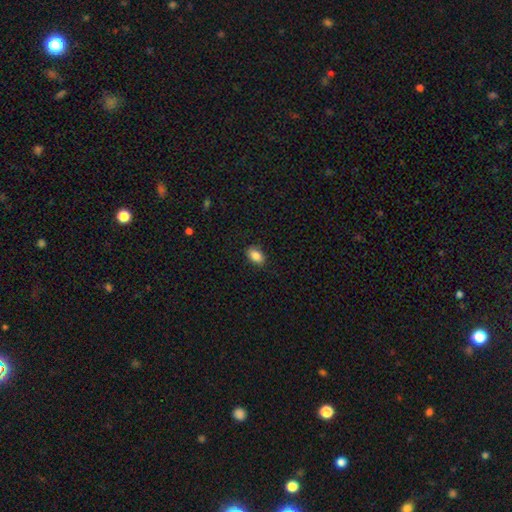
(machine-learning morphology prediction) Overall: smooth (87%). How rounded: in between (88%). Merging: none (87%).